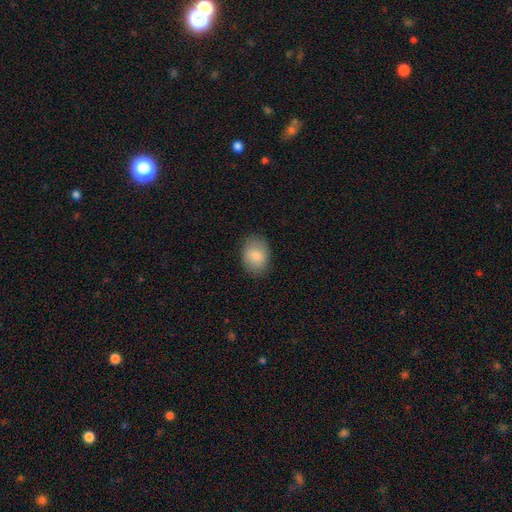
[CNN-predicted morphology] Q: Smooth or featured?
A: smooth (82%); runner-up: featured or disk (11%)
Q: How rounded?
A: in between (69%); runner-up: round (30%)
Q: Merging?
A: none (84%); runner-up: minor disturbance (12%)